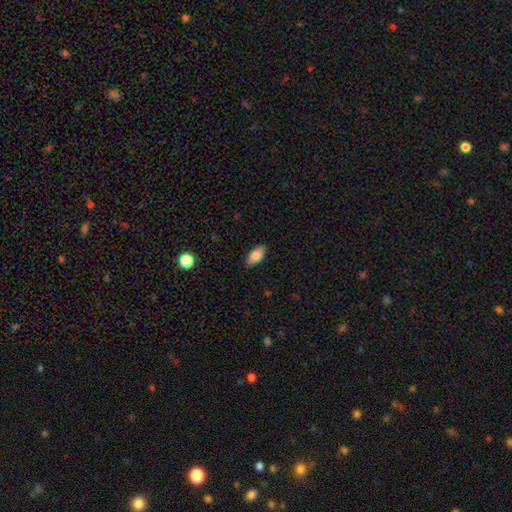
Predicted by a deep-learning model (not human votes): Smooth or featured: smooth — 83% (featured or disk — 9%)
How rounded: in between — 90% (cigar-shaped — 7%)
Merging: none — 87% (minor disturbance — 10%)